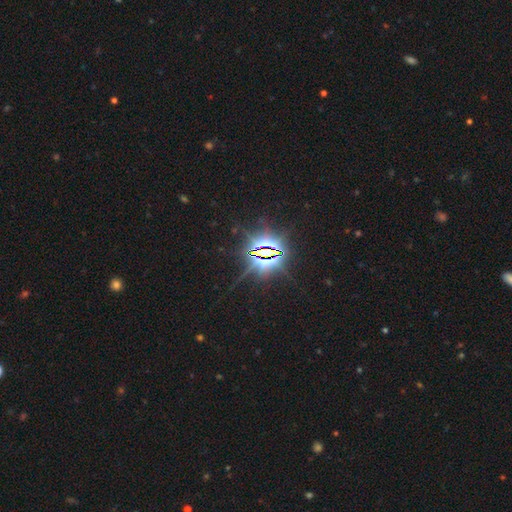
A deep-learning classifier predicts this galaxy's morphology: A star or artifact, not a galaxy (86%).